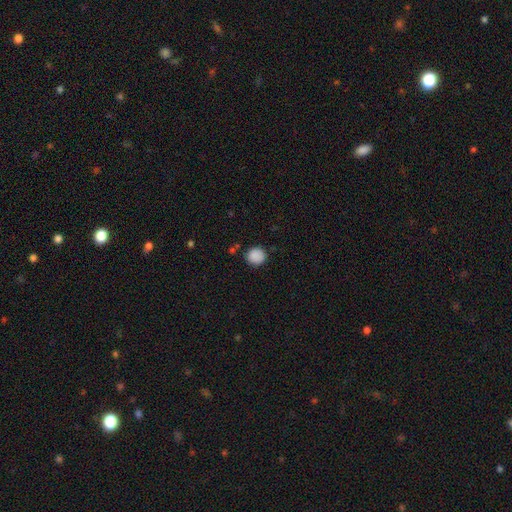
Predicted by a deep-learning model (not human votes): Smooth or featured?
  - smooth: 88% *
  - star or artifact: 9%
  - featured or disk: 4%
How rounded?
  - round: 90% *
  - in between: 9%
  - cigar-shaped: 1%
Merging?
  - none: 84% *
  - minor disturbance: 11%
  - merger: 3%
  - major disturbance: 3%